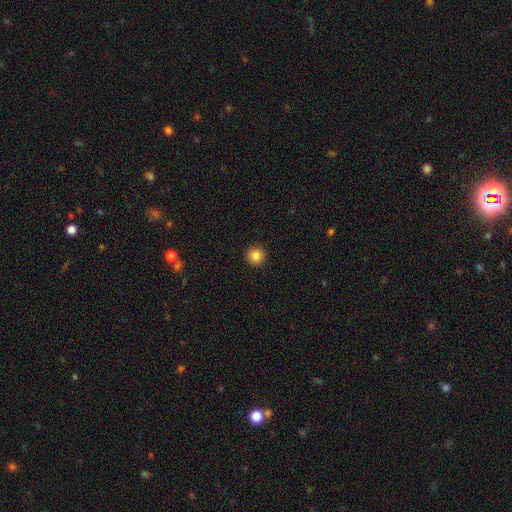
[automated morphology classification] Overall: smooth (84%). How rounded: round (96%). Merging: none (94%).